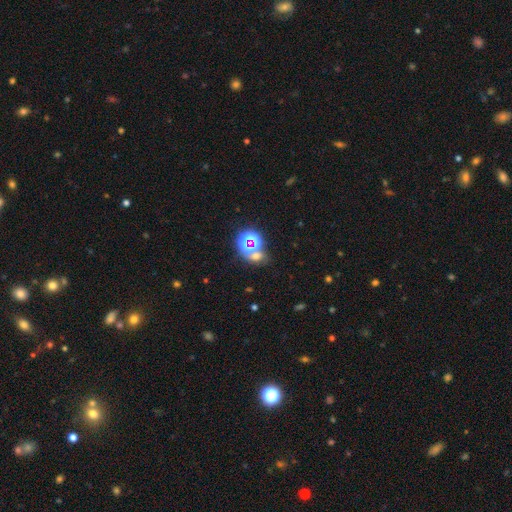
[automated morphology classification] smooth-or-featured: star or artifact: 51% | smooth: 38% | featured or disk: 11%